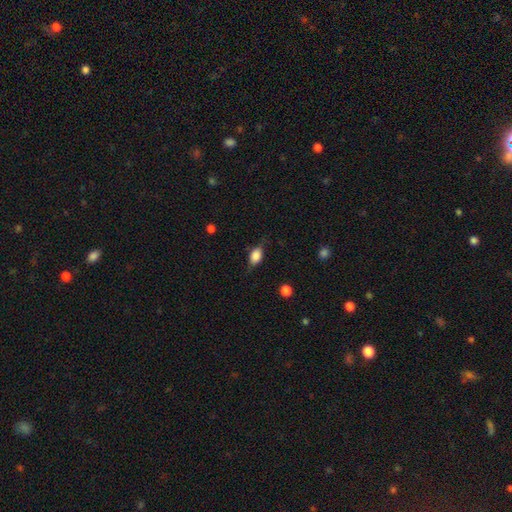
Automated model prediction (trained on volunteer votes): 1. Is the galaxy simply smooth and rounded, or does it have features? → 76% smooth, 16% featured or disk, 8% star or artifact.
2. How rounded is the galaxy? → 81% in between, 14% round, 5% cigar-shaped.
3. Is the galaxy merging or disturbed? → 69% none, 22% minor disturbance, 7% major disturbance, 1% merger.